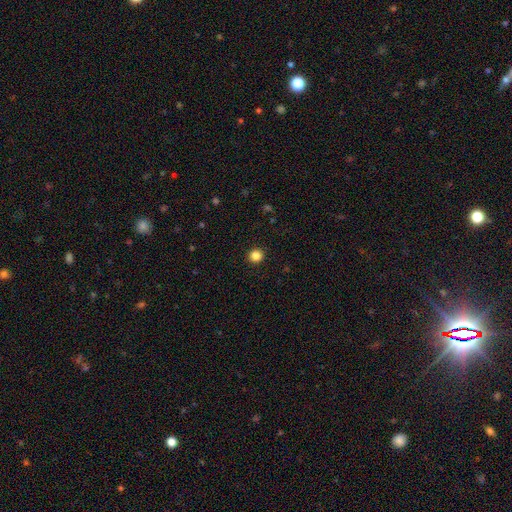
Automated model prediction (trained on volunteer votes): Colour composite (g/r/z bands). It shows a smooth galaxy with no disk features (84%) that is round (94%). Merging: none (93%).